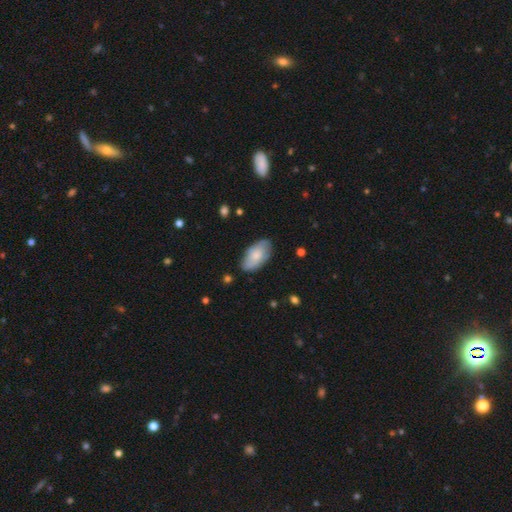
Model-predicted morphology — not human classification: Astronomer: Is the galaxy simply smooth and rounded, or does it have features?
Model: smooth — 67%.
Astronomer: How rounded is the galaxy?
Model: in between — 94%.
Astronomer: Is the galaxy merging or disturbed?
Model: none — 75%.